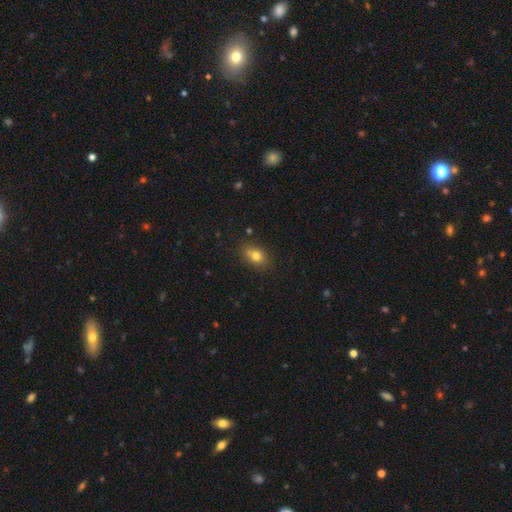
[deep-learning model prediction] A smooth galaxy with no disk features (77%) that is in between round and cigar-shaped (73%).

Vote fractions:
- Smooth or featured? smooth: 77% / featured or disk: 12% / star or artifact: 11%
- How rounded? in between: 73% / round: 23% / cigar-shaped: 3%
- Merging? none: 73% / minor disturbance: 17% / merger: 7% / major disturbance: 4%